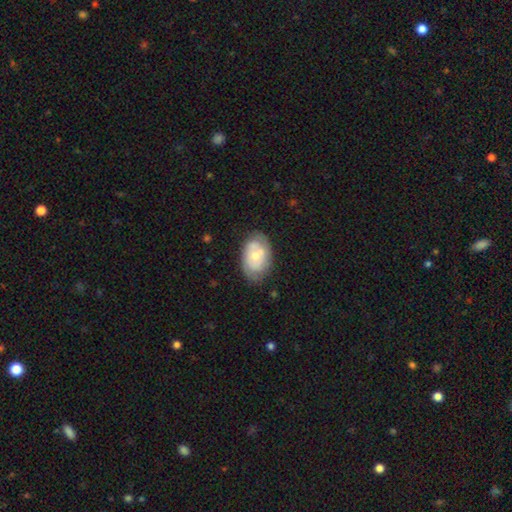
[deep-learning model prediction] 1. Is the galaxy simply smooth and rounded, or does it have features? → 53% featured or disk, 40% smooth, 7% star or artifact.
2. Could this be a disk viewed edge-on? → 95% no, 5% yes.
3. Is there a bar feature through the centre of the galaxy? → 79% no, 18% weak, 3% strong.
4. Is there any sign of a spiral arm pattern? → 65% yes, 35% no.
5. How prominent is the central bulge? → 50% moderate, 44% small, 3% large, 2% none, 1% dominant.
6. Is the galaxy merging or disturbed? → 65% none, 22% minor disturbance, 7% merger, 7% major disturbance.